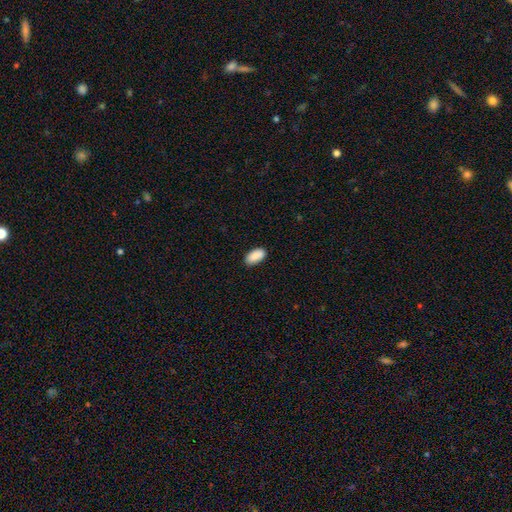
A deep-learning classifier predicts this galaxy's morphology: Smooth or featured? Predicted: smooth (p=0.91). How rounded? Predicted: in between (p=0.95). Merging? Predicted: none (p=0.87).